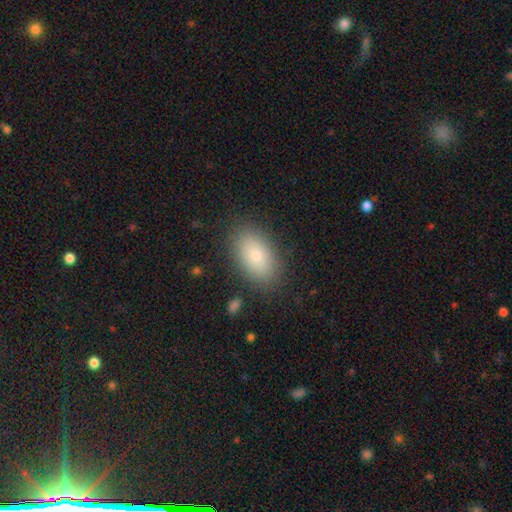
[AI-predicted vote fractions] This is likely a smooth galaxy (79%). How rounded: clearly in between (91%). Merging: clearly none (84%).